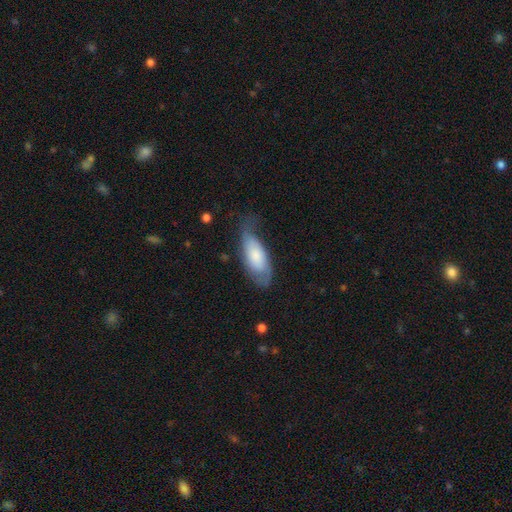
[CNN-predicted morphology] smooth-or-featured: smooth: 55% | featured or disk: 39% | star or artifact: 6%
  how-rounded: in between: 85% | cigar-shaped: 13% | round: 2%
  merging: none: 48% | minor disturbance: 33% | major disturbance: 17% | merger: 2%